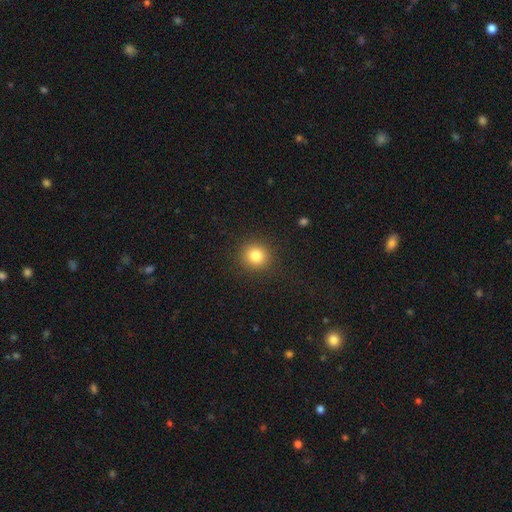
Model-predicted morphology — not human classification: Smooth or featured: smooth — 83% (star or artifact — 11%)
How rounded: round — 90% (in between — 9%)
Merging: none — 91% (minor disturbance — 6%)